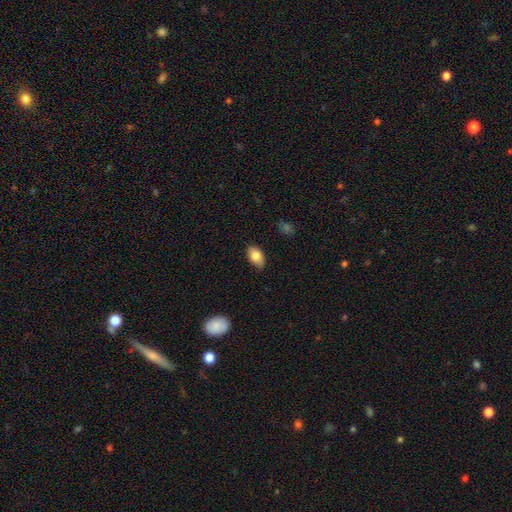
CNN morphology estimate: Smooth or featured? smooth (81%)
How rounded? in between (90%)
Merging? none (76%)